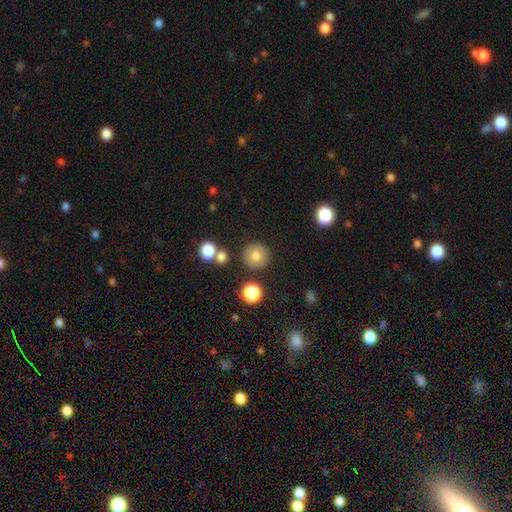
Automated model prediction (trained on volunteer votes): Overall: smooth (79%). How rounded: round (94%). Merging: none (86%).